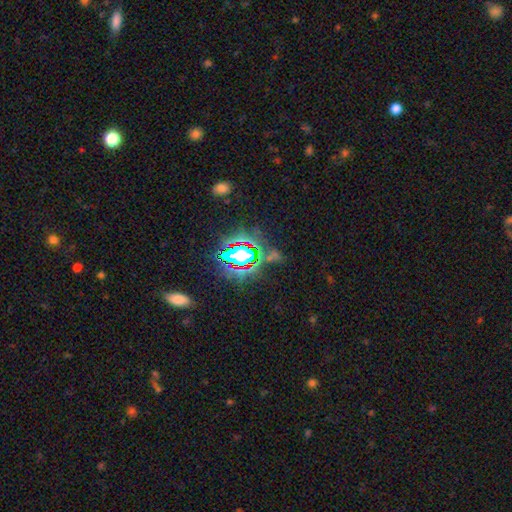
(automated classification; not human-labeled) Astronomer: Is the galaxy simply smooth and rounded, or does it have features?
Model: star or artifact — 79%.